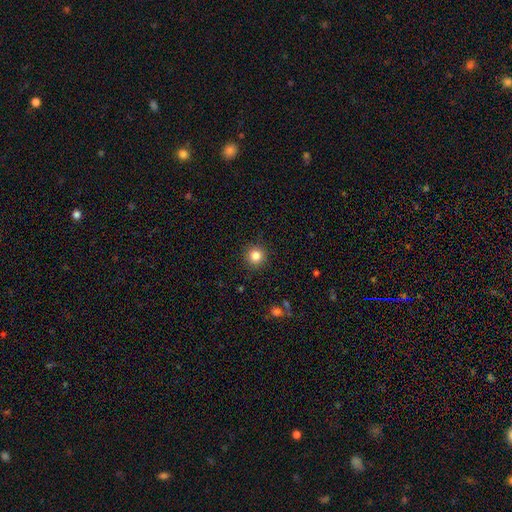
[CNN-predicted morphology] Smooth or featured? smooth (83%)
How rounded? round (95%)
Merging? none (91%)